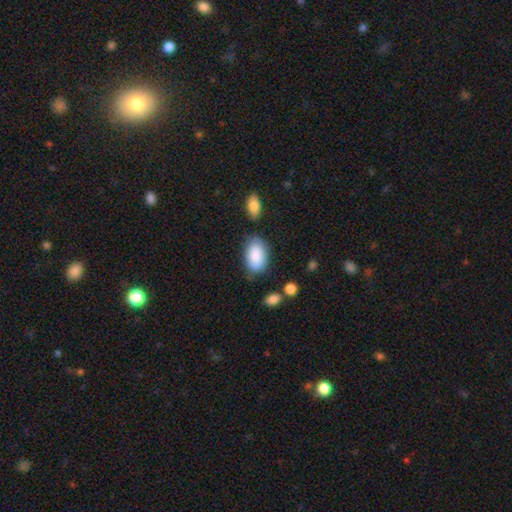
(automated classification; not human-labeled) smooth_or_featured: smooth (p=0.87) [alt: featured or disk p=0.06]
how_rounded: in between (p=0.93) [alt: round p=0.05]
merging: none (p=0.69) [alt: minor disturbance p=0.20]